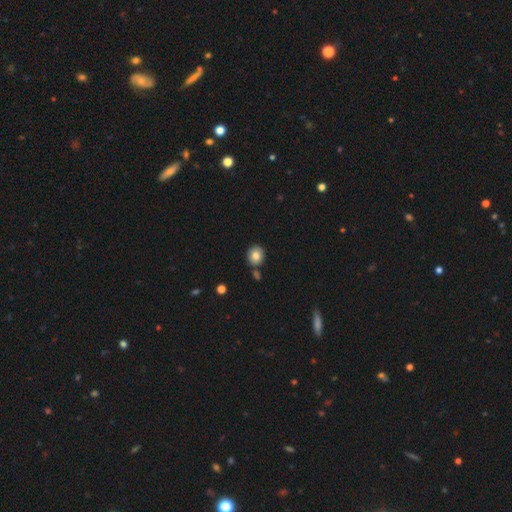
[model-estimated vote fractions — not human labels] Smooth or featured? Predicted: smooth (p=0.82). How rounded? Predicted: round (p=0.72). Merging? Predicted: none (p=0.79).